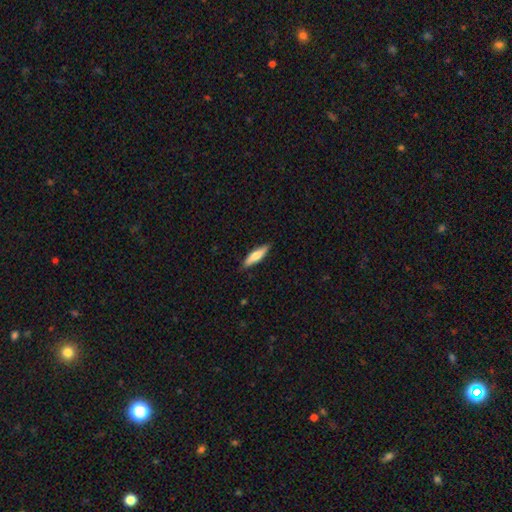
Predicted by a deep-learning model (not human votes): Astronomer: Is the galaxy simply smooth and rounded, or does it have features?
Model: smooth — 67%.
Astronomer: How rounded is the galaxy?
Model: cigar-shaped — 70%.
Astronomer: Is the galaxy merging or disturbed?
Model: none — 86%.